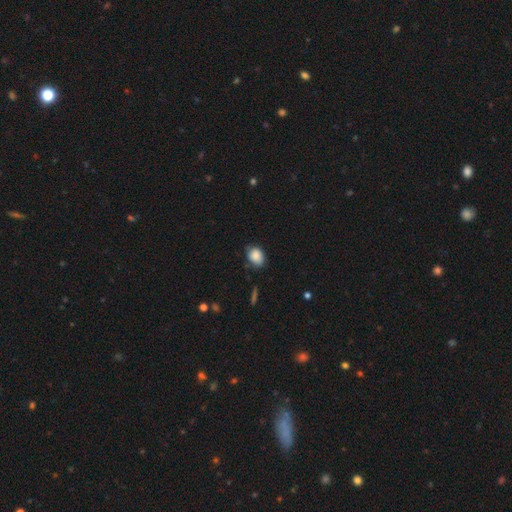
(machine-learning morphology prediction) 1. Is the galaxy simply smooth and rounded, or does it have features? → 86% smooth, 8% star or artifact, 6% featured or disk.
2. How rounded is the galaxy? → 61% in between, 38% round, 1% cigar-shaped.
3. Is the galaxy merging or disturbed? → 65% none, 28% minor disturbance, 5% major disturbance, 2% merger.